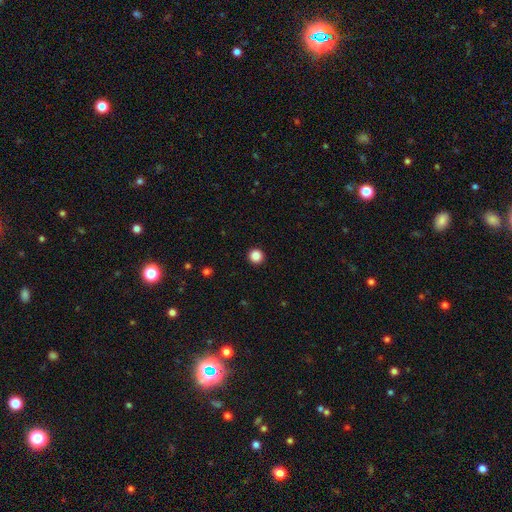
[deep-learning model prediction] Smooth or featured: smooth — 87% (star or artifact — 10%)
How rounded: round — 96% (in between — 3%)
Merging: none — 94% (minor disturbance — 4%)